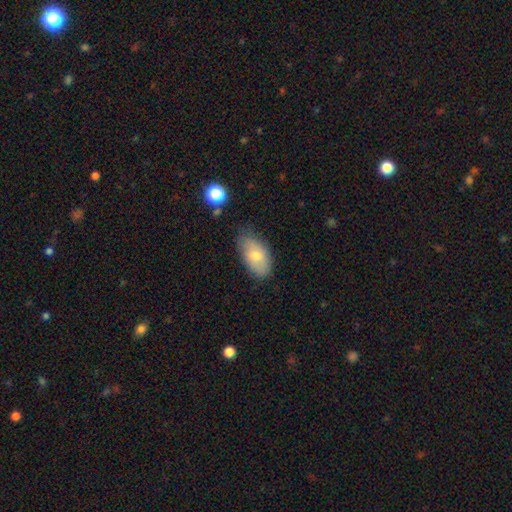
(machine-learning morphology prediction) Overall: smooth (71%). How rounded: in between (93%). Merging: none (68%).